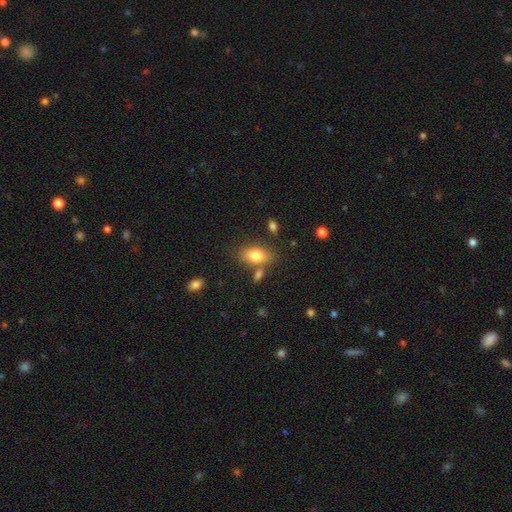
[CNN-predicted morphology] A smooth galaxy with no disk features (80%) that is in between round and cigar-shaped (88%). Merging: none (68%).